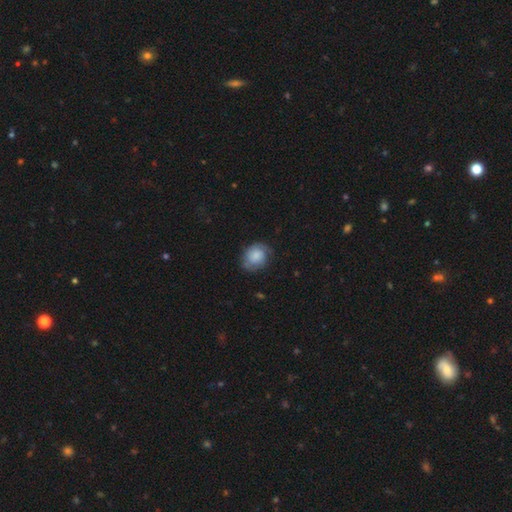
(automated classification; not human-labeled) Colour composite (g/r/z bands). It shows a smooth galaxy with no disk features (66%) that is round (59%). Merging: none (65%).